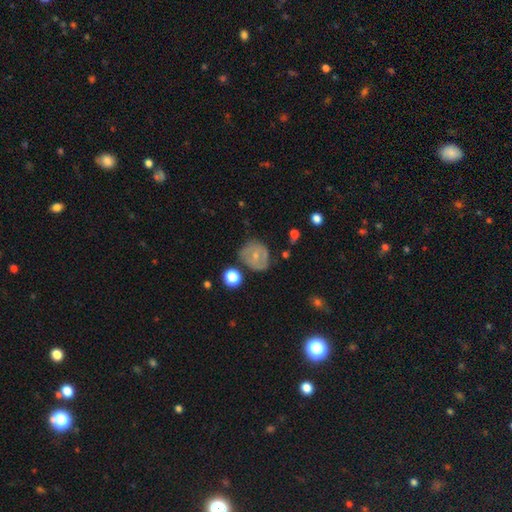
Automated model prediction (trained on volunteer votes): Smooth or featured?
  - smooth: 49% *
  - featured or disk: 42%
  - star or artifact: 9%
Merging?
  - none: 63% *
  - minor disturbance: 24%
  - major disturbance: 9%
  - merger: 4%